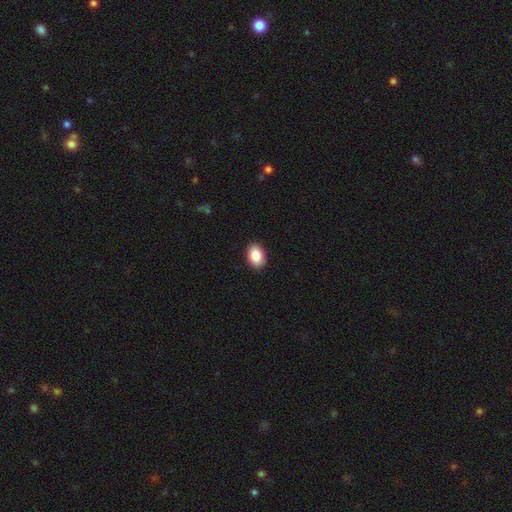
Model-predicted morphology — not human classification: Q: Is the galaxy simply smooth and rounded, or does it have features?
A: smooth — 88%.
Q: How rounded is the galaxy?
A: in between — 85%.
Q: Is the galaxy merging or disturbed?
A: none — 90%.